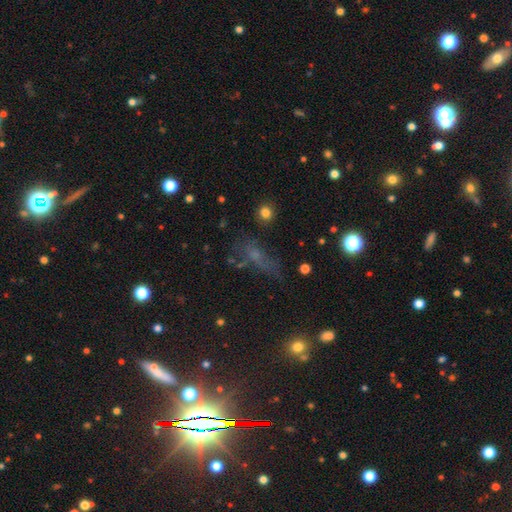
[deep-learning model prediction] Morphology: type=smooth (43%); merging=none (49%).